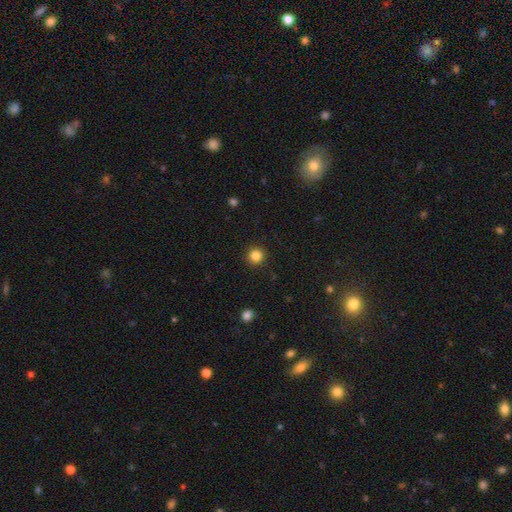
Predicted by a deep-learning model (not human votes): Morphology: type=smooth (85%); roundness=round (95%); merging=none (92%).